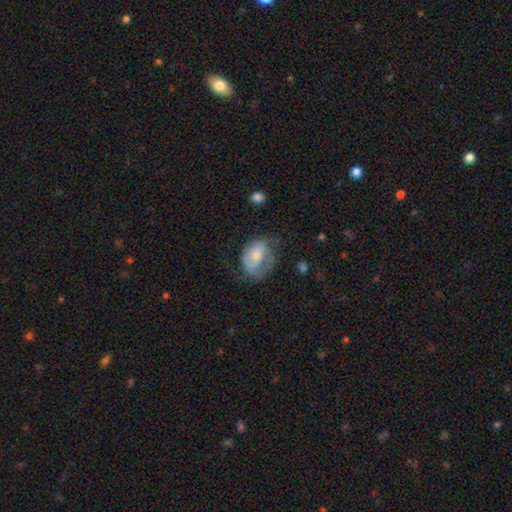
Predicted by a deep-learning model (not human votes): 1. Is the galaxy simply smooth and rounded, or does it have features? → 48% featured or disk, 45% smooth, 7% star or artifact.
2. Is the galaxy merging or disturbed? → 43% none, 30% minor disturbance, 25% major disturbance, 2% merger.